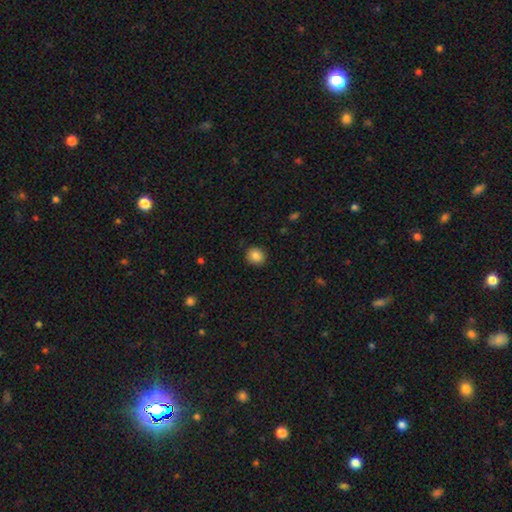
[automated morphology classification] smooth 86%, star or artifact 9%, featured or disk 5%. Down the decision tree: how rounded — round (82%); merging — none (90%).